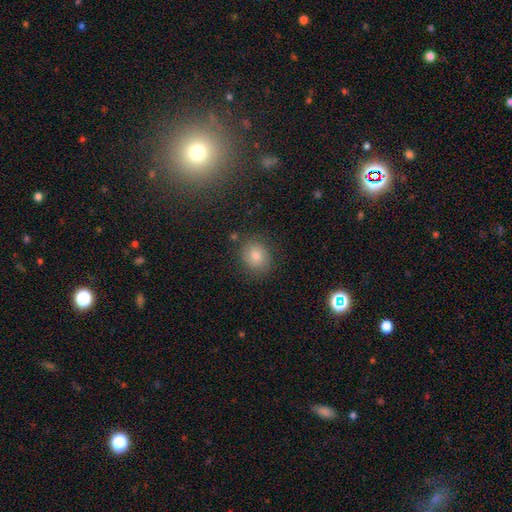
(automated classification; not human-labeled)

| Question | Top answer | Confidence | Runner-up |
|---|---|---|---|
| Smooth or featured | smooth | 70% | star or artifact (18%) |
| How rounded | round | 74% | in between (25%) |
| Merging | none | 84% | minor disturbance (10%) |